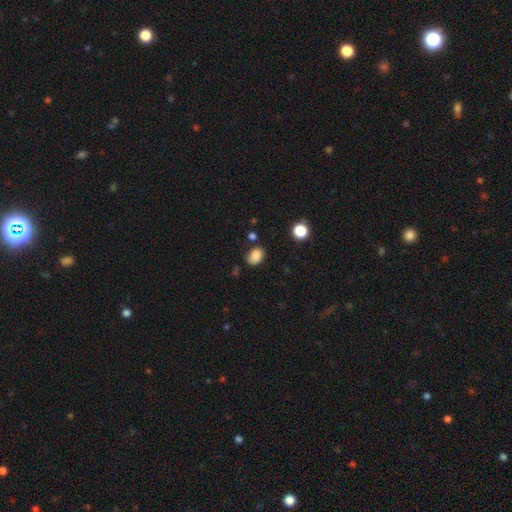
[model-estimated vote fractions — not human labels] Smooth or featured? smooth (85%)
How rounded? in between (68%)
Merging? none (67%)